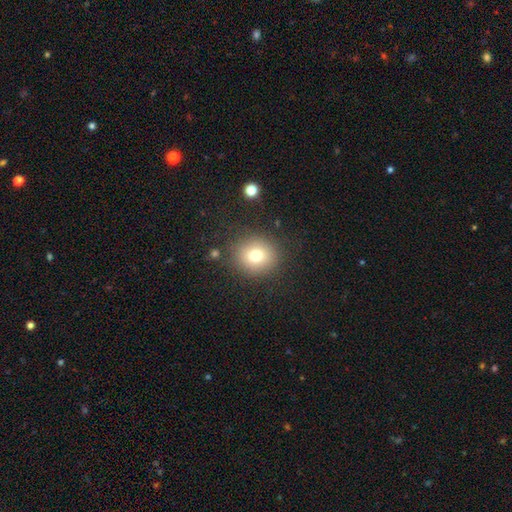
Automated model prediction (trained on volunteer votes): Smooth or featured?
  - smooth: 75% *
  - star or artifact: 13%
  - featured or disk: 11%
How rounded?
  - round: 83% *
  - in between: 16%
  - cigar-shaped: 1%
Merging?
  - none: 85% *
  - minor disturbance: 9%
  - major disturbance: 4%
  - merger: 2%